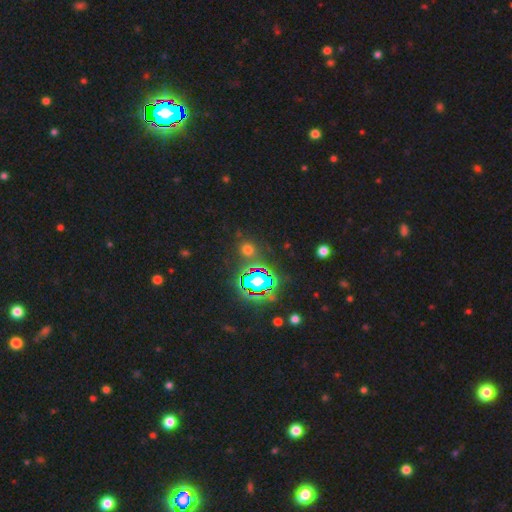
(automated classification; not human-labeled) Smooth or featured? Predicted: star or artifact (p=0.82).